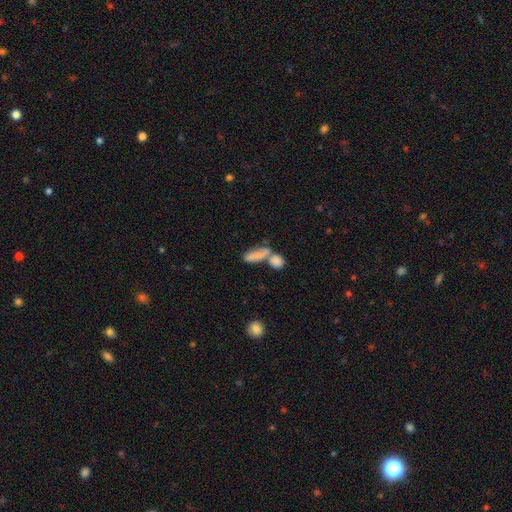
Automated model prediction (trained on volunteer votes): This appears to be a smooth galaxy with no disk features (73%) that is in between round and cigar-shaped (65%). Merging: merger (58%).